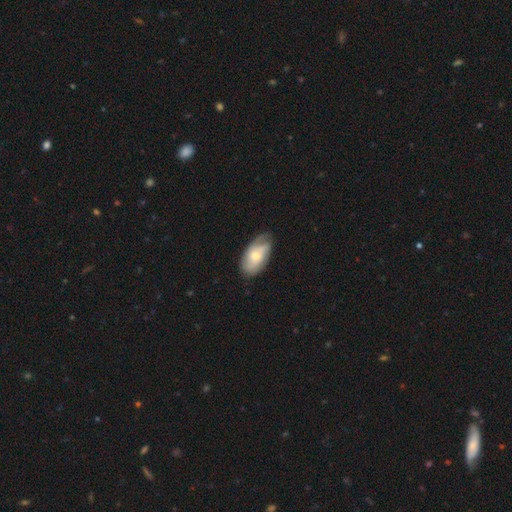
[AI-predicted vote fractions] Smooth or featured: smooth — 49% (featured or disk — 45%)
Merging: none — 61% (minor disturbance — 29%)